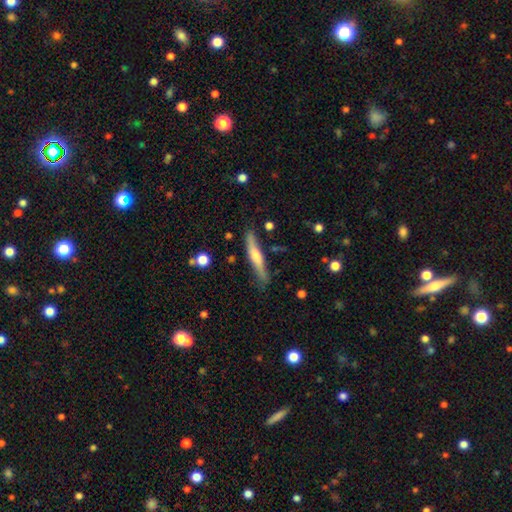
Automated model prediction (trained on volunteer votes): Morphology: type=featured or disk (51%); edge-on=yes (94%); merging=none (81%).